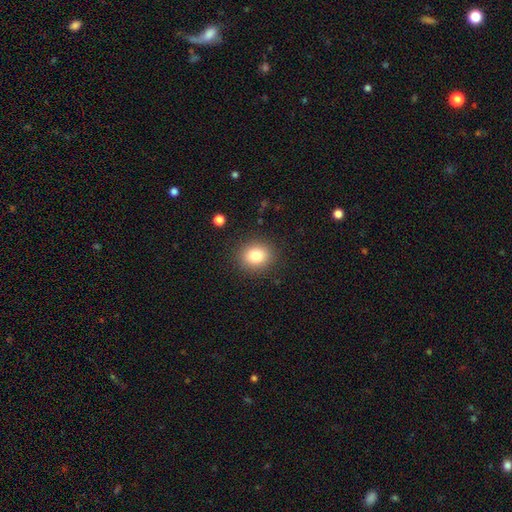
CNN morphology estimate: Smooth or featured?
  - smooth: 81% *
  - star or artifact: 11%
  - featured or disk: 8%
How rounded?
  - round: 73% *
  - in between: 26%
  - cigar-shaped: 1%
Merging?
  - none: 89% *
  - minor disturbance: 8%
  - major disturbance: 3%
  - merger: 1%